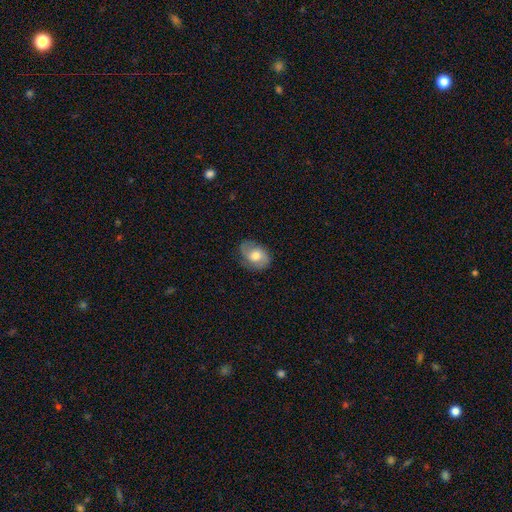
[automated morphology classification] The model was most divided on "smooth or featured": smooth: 57%, featured or disk: 36%, star or artifact: 8%. More confident: how rounded — in between (71%); merging — none (67%).